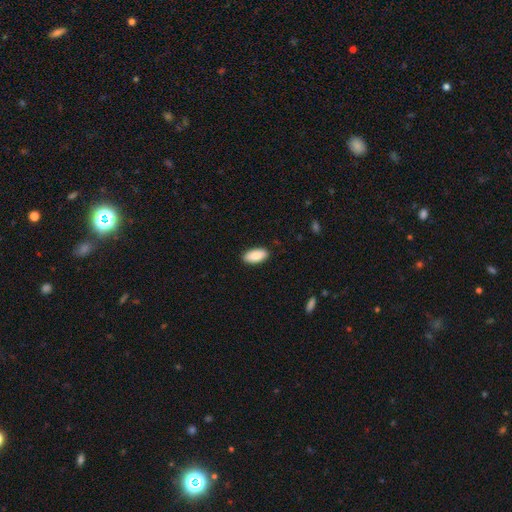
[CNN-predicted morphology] type=smooth (88%); roundness=in between (93%); merging=none (89%).